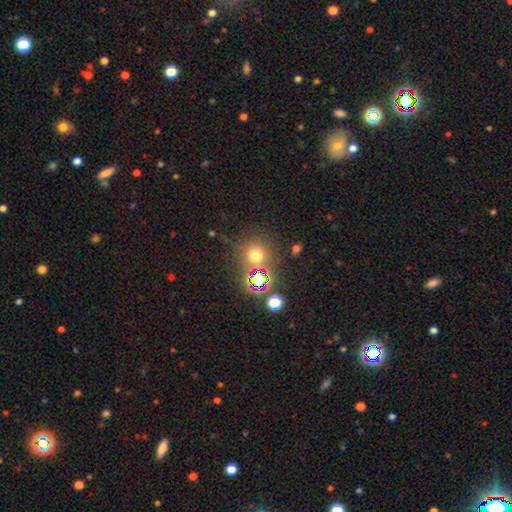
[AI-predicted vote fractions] This is likely a smooth galaxy (63%). How rounded: clearly round (91%). Merging: likely none (75%).